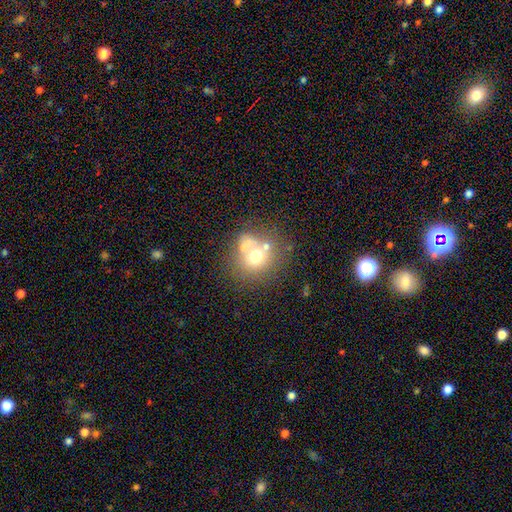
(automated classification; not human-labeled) smooth-or-featured: smooth: 60% | featured or disk: 25% | star or artifact: 14%
  how-rounded: round: 78% | in between: 22% | cigar-shaped: 1%
  merging: none: 48% | merger: 33% | minor disturbance: 12% | major disturbance: 7%